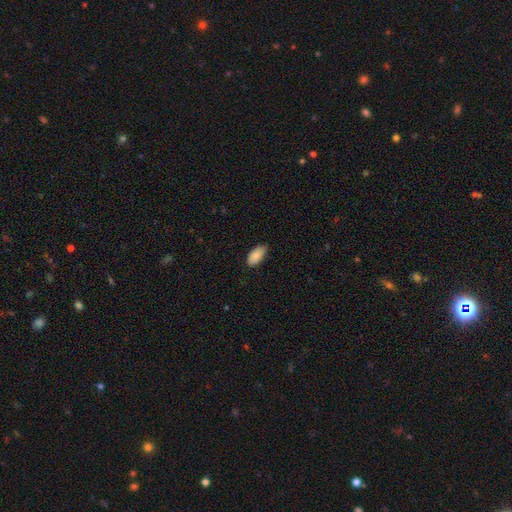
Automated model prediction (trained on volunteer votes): Smooth or featured? Predicted: smooth (p=0.85). How rounded? Predicted: in between (p=0.94). Merging? Predicted: none (p=0.79).